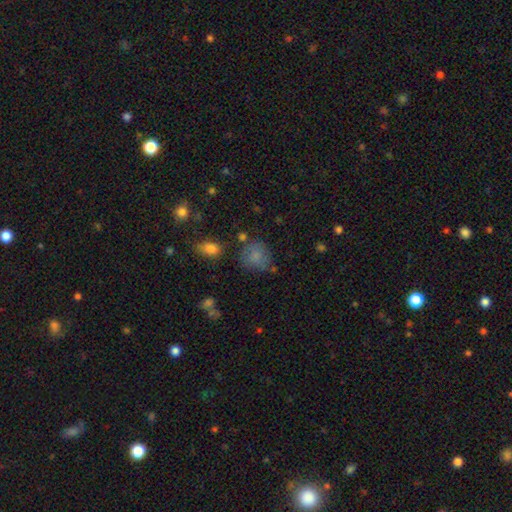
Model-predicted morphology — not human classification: smooth_or_featured: smooth (p=0.77) [alt: featured or disk p=0.12]
how_rounded: round (p=0.78) [alt: in between p=0.21]
merging: none (p=0.60) [alt: minor disturbance p=0.22]